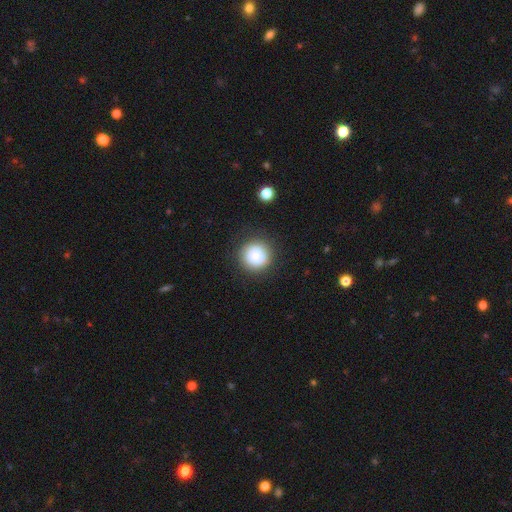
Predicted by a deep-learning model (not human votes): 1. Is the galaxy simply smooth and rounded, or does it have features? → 83% smooth, 9% star or artifact, 8% featured or disk.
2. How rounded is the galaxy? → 94% round, 5% in between, 1% cigar-shaped.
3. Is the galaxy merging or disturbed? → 83% none, 10% minor disturbance, 4% major disturbance, 2% merger.